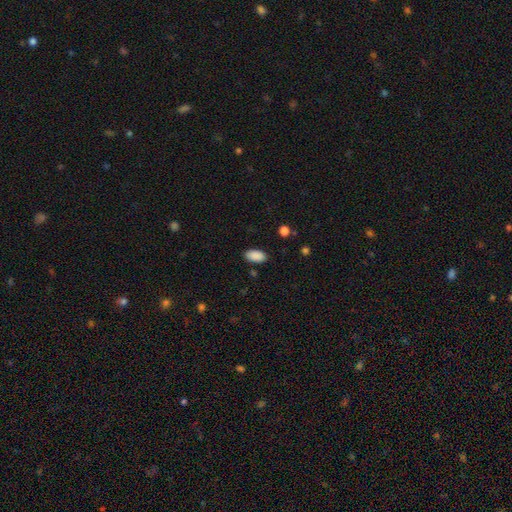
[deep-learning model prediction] Overall: smooth (89%). How rounded: in between (94%). Merging: none (86%).